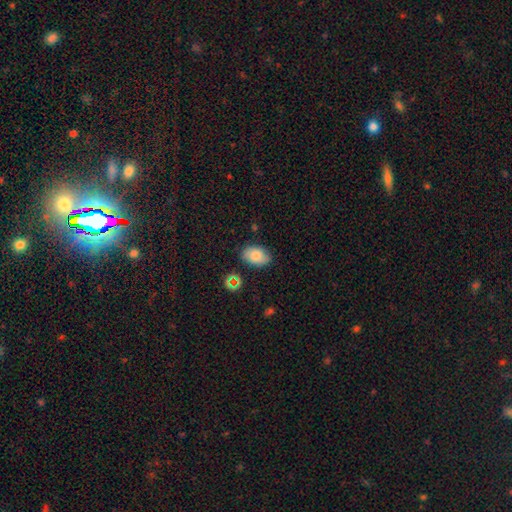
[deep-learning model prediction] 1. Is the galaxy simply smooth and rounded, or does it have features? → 77% smooth, 13% featured or disk, 11% star or artifact.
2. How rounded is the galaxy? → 86% in between, 12% round, 1% cigar-shaped.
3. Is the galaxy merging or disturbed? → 78% none, 16% minor disturbance, 3% major disturbance, 2% merger.